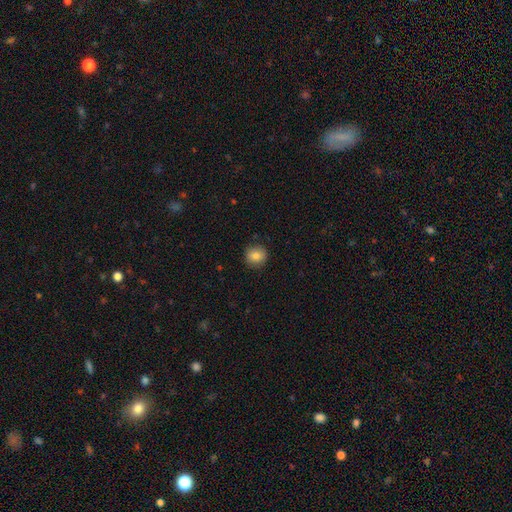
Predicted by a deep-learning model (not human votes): A smooth galaxy with no disk features (84%) that is round (89%). Merging: none (89%).